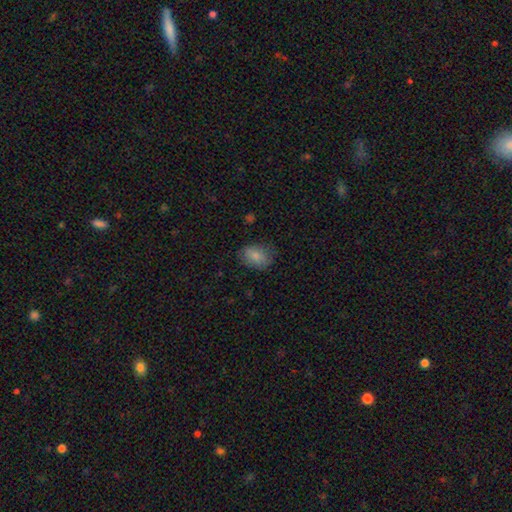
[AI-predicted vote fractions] Smooth or featured? smooth (83%)
How rounded? in between (75%)
Merging? none (72%)